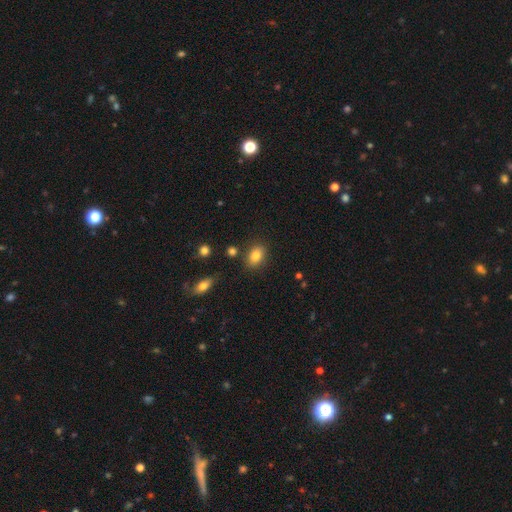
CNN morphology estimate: smooth_or_featured: smooth (p=0.83) [alt: star or artifact p=0.09]
how_rounded: in between (p=0.77) [alt: round p=0.22]
merging: none (p=0.82) [alt: minor disturbance p=0.11]